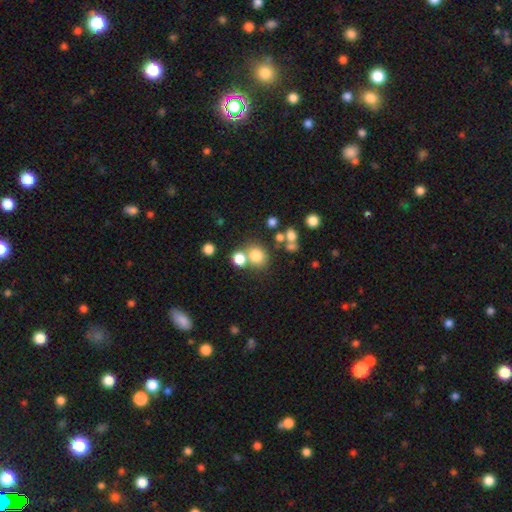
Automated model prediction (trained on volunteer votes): Overall: smooth (76%). How rounded: round (75%). Merging: none (60%; merger 26%).